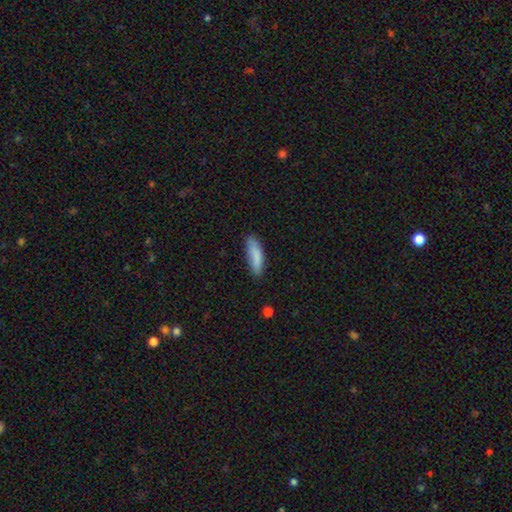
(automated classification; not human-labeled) Smooth or featured: smooth — 84% (featured or disk — 9%)
How rounded: cigar-shaped — 57% (in between — 41%)
Merging: none — 73% (minor disturbance — 21%)